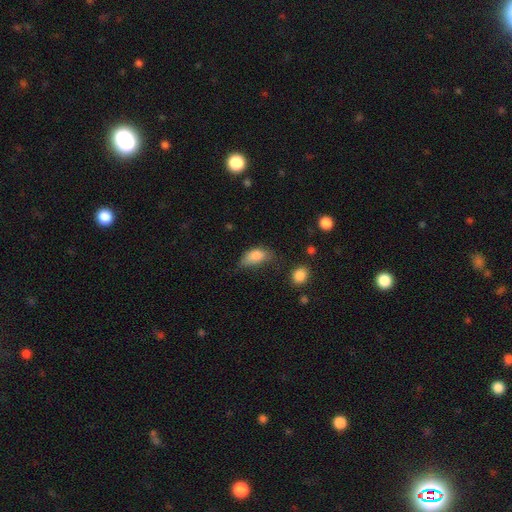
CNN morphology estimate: Smooth or featured?
  - smooth: 81% *
  - featured or disk: 10%
  - star or artifact: 9%
How rounded?
  - in between: 89% *
  - round: 7%
  - cigar-shaped: 5%
Merging?
  - minor disturbance: 41% *
  - none: 35%
  - major disturbance: 20%
  - merger: 4%